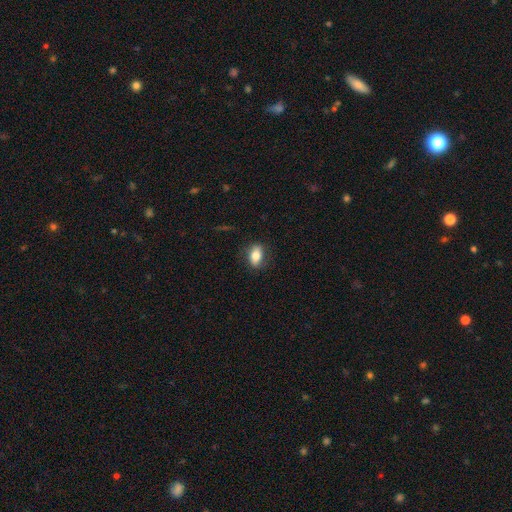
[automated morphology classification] A smooth galaxy with no disk features (73%) that is in between round and cigar-shaped (83%). Merging: none (81%).